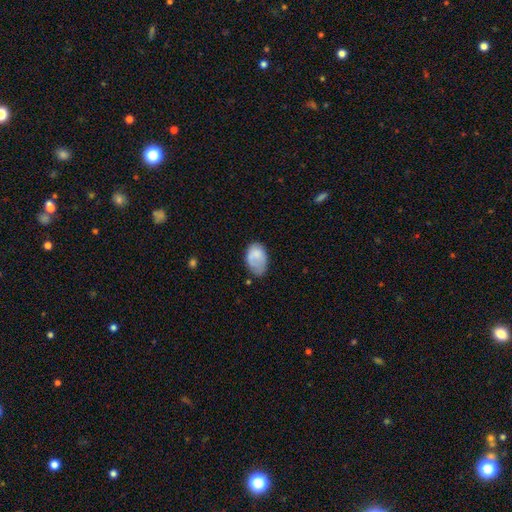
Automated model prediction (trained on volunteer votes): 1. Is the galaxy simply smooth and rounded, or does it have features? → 76% smooth, 17% featured or disk, 8% star or artifact.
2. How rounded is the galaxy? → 88% in between, 11% round, 1% cigar-shaped.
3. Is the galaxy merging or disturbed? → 42% none, 36% minor disturbance, 18% major disturbance, 4% merger.